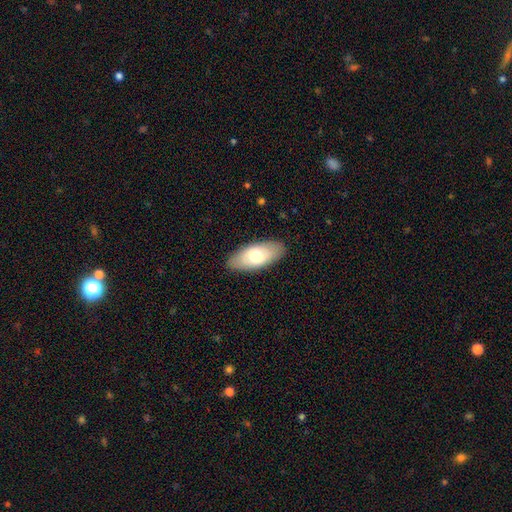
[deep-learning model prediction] smooth_or_featured: smooth (p=0.69) [alt: featured or disk p=0.25]
how_rounded: in between (p=0.89) [alt: cigar-shaped p=0.09]
merging: none (p=0.87) [alt: minor disturbance p=0.10]